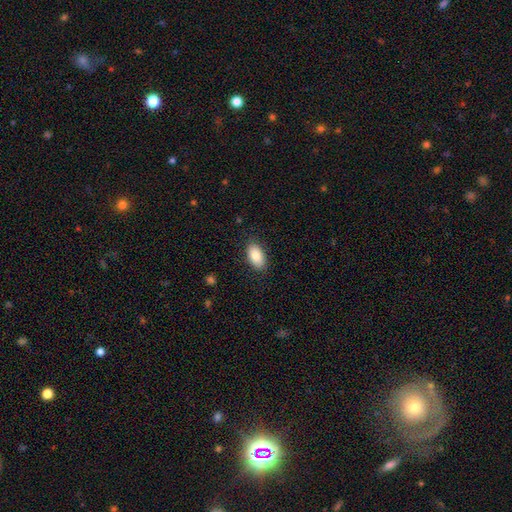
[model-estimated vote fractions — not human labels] Smooth or featured? Predicted: smooth (p=0.86). How rounded? Predicted: in between (p=0.93). Merging? Predicted: none (p=0.85).